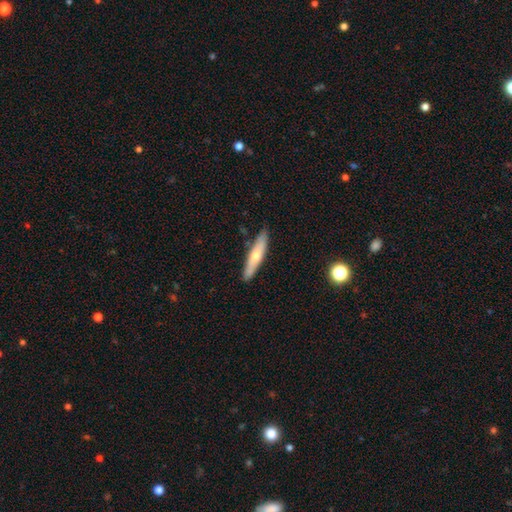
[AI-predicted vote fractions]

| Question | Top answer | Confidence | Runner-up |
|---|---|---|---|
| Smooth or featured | smooth | 50% | featured or disk (44%) |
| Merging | none | 86% | minor disturbance (10%) |